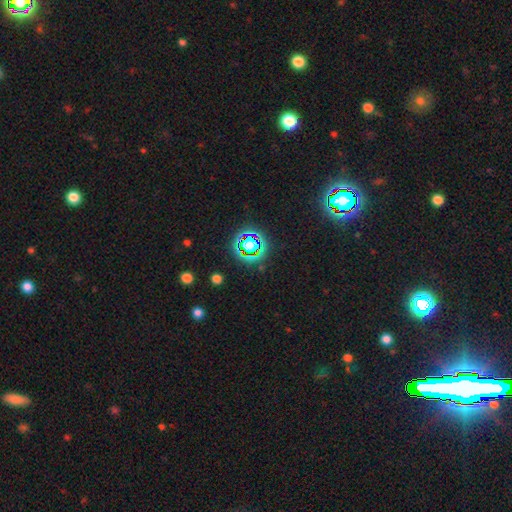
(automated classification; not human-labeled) This appears to be a star or artifact, not a galaxy (78%).